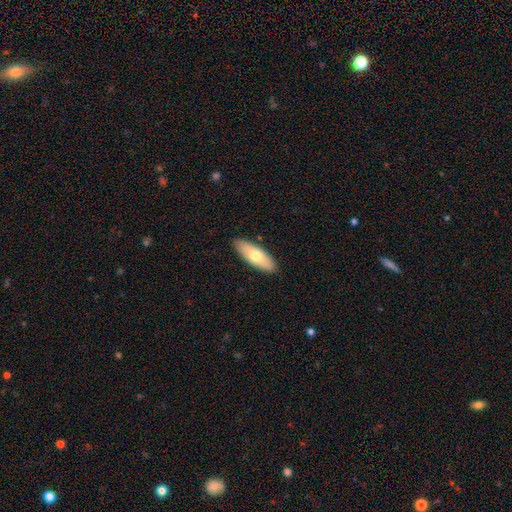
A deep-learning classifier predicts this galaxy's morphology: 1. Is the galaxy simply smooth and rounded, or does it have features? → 68% smooth, 26% featured or disk, 6% star or artifact.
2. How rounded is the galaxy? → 71% in between, 27% cigar-shaped, 2% round.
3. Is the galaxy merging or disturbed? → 89% none, 9% minor disturbance, 2% major disturbance, 1% merger.